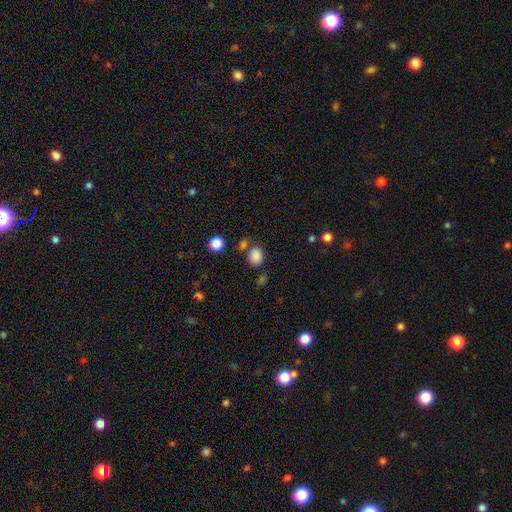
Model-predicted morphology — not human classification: smooth-or-featured: smooth: 85% | star or artifact: 11% | featured or disk: 4%
  how-rounded: round: 50% | in between: 49% | cigar-shaped: 1%
  merging: none: 71% | minor disturbance: 12% | merger: 12% | major disturbance: 4%